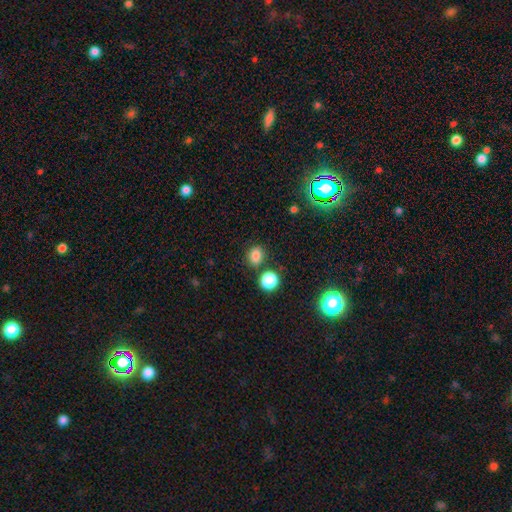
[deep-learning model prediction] This is clearly a smooth galaxy (82%). How rounded: possibly round (50%). Merging: likely none (74%).